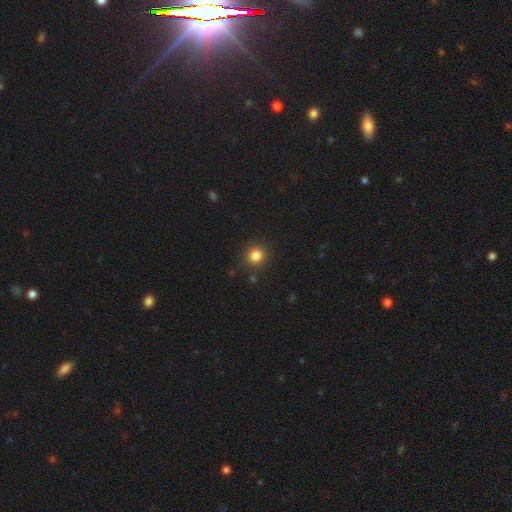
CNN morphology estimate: Q: Smooth or featured?
A: smooth (83%); runner-up: star or artifact (12%)
Q: How rounded?
A: round (90%); runner-up: in between (9%)
Q: Merging?
A: none (88%); runner-up: minor disturbance (8%)